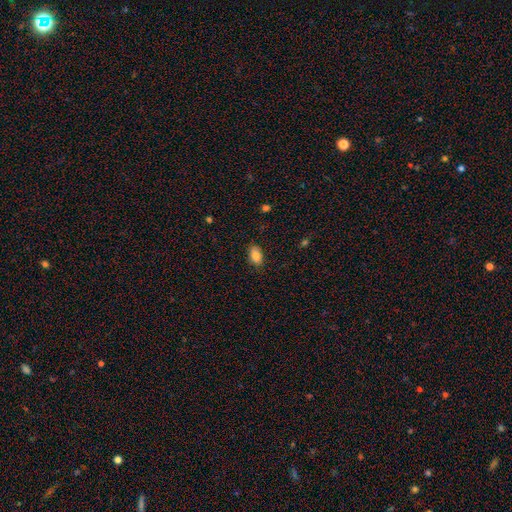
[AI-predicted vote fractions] smooth_or_featured: smooth (p=0.84) [alt: star or artifact p=0.08]
how_rounded: in between (p=0.89) [alt: round p=0.08]
merging: none (p=0.83) [alt: minor disturbance p=0.14]